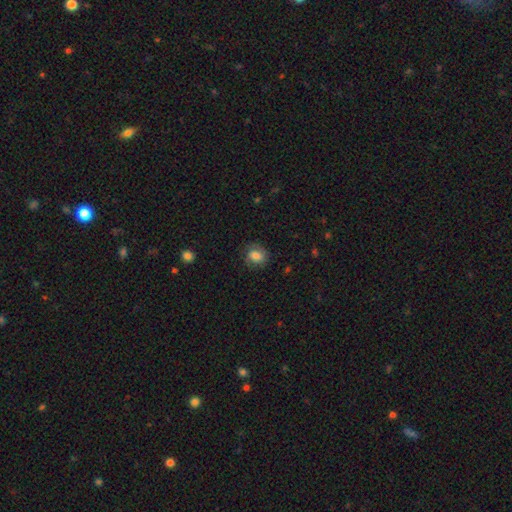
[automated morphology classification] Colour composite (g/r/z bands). It shows a smooth galaxy with no disk features (68%) that is round (64%). Merging: none (76%).